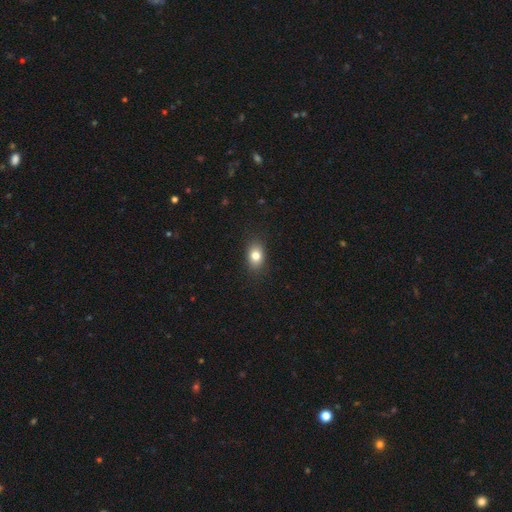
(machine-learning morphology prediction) Overall: smooth (80%). How rounded: in between (73%). Merging: none (87%).